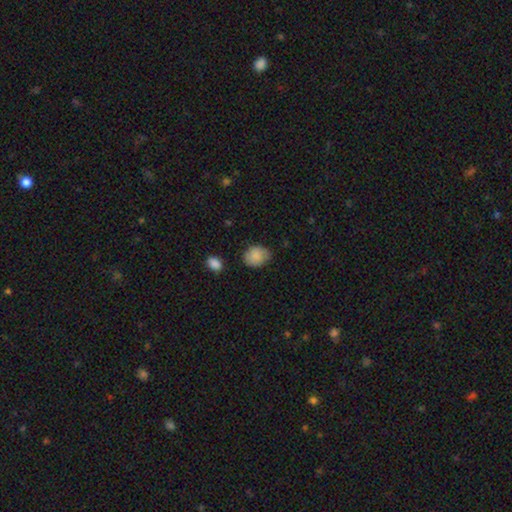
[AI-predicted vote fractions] This is clearly a smooth galaxy (85%). How rounded: possibly round (51%). Merging: likely none (71%).